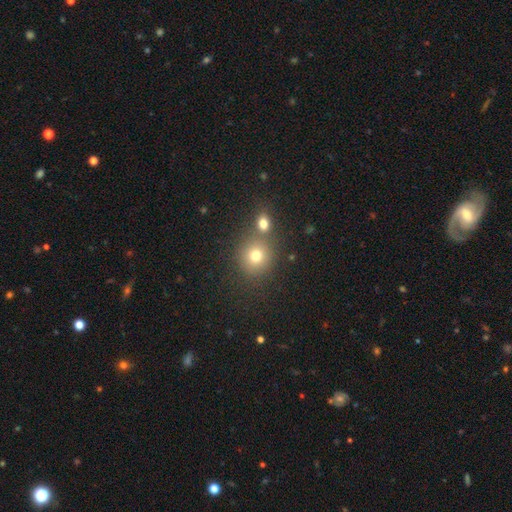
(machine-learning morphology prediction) Smooth or featured? Predicted: smooth (p=0.74). How rounded? Predicted: round (p=0.85). Merging? Predicted: none (p=0.65).